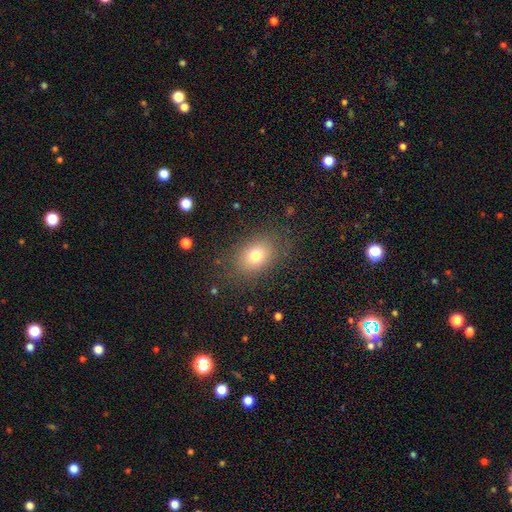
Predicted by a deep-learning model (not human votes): A smooth galaxy with no disk features (76%) that is in between round and cigar-shaped (68%).

Vote fractions:
- Smooth or featured? smooth: 76% / star or artifact: 12% / featured or disk: 12%
- How rounded? in between: 68% / round: 31% / cigar-shaped: 1%
- Merging? none: 81% / minor disturbance: 12% / major disturbance: 6% / merger: 1%